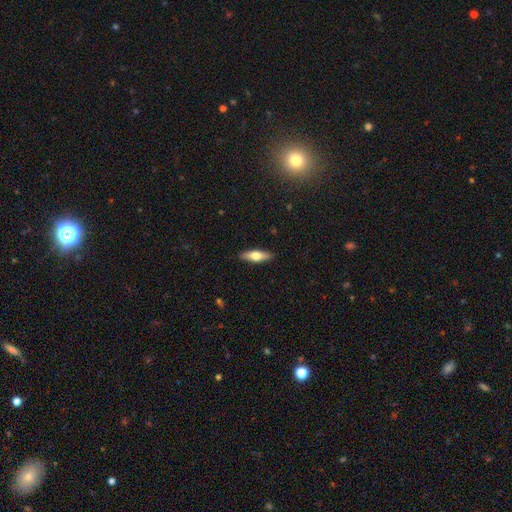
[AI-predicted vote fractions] smooth-or-featured: smooth: 58% | featured or disk: 36% | star or artifact: 6%
  how-rounded: cigar-shaped: 52% | in between: 45% | round: 2%
  merging: none: 89% | minor disturbance: 8% | major disturbance: 2% | merger: 1%